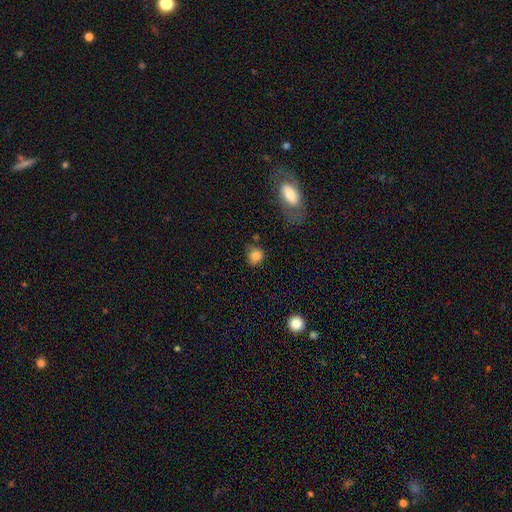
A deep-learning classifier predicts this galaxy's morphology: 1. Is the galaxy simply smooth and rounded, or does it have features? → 82% smooth, 11% star or artifact, 8% featured or disk.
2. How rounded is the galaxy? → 80% round, 19% in between, 1% cigar-shaped.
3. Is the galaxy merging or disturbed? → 62% none, 24% minor disturbance, 8% major disturbance, 5% merger.